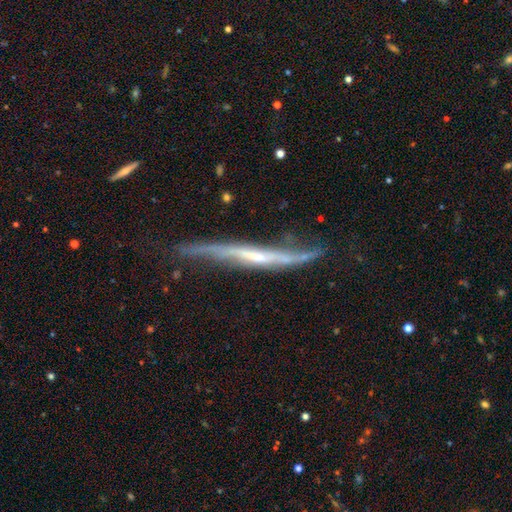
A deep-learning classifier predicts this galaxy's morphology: type=featured or disk (77%); edge-on=yes (80%); edge-on bulge=none (65%); merging=none (51%).